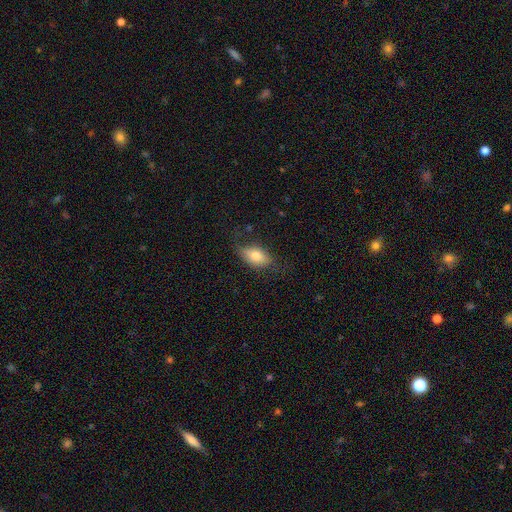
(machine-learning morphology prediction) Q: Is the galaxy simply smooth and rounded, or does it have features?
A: smooth — 73%.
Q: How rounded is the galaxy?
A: in between — 88%.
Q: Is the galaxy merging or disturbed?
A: none — 64%.